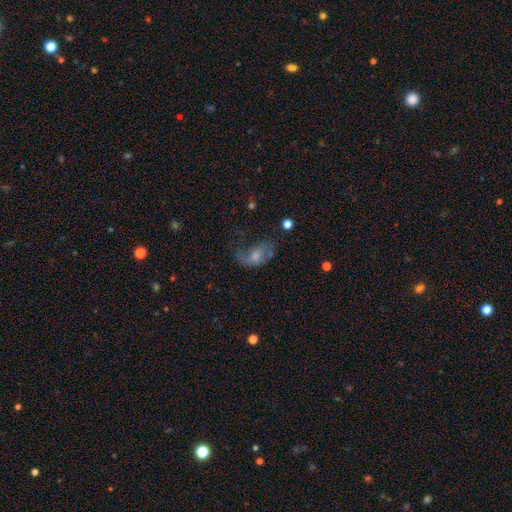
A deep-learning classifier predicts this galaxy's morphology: featured or disk 51%, smooth 33%, star or artifact 15%. Down the decision tree: edge-on disk — no (94%); merging — none (37%).